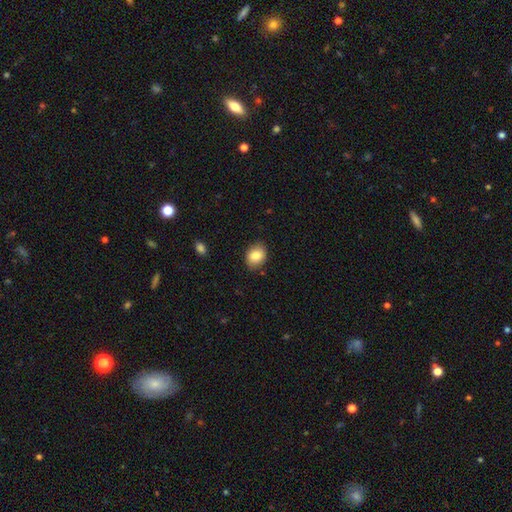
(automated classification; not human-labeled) The model was most divided on "how rounded": in between: 58%, round: 41%, cigar-shaped: 1%. More confident: merging — none (84%); smooth or featured — smooth (84%).